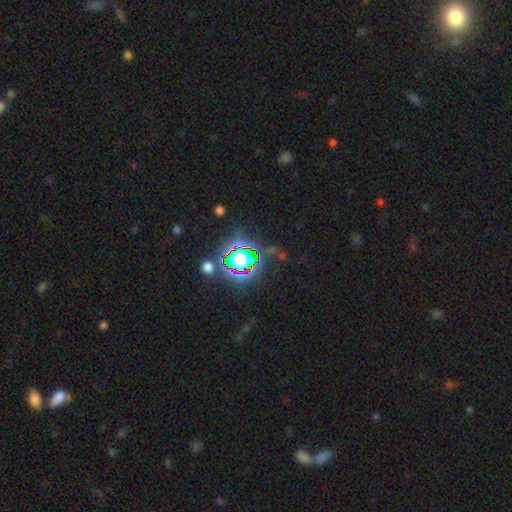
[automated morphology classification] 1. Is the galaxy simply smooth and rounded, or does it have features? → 80% star or artifact, 12% smooth, 8% featured or disk.